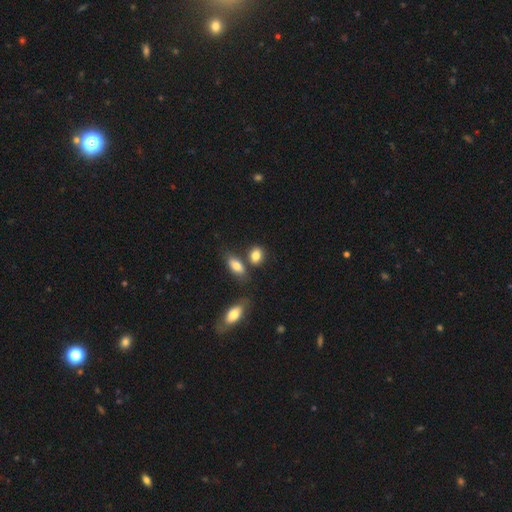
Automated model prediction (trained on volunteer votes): Smooth or featured? Predicted: smooth (p=0.83). How rounded? Predicted: in between (p=0.70). Merging? Predicted: none (p=0.63).